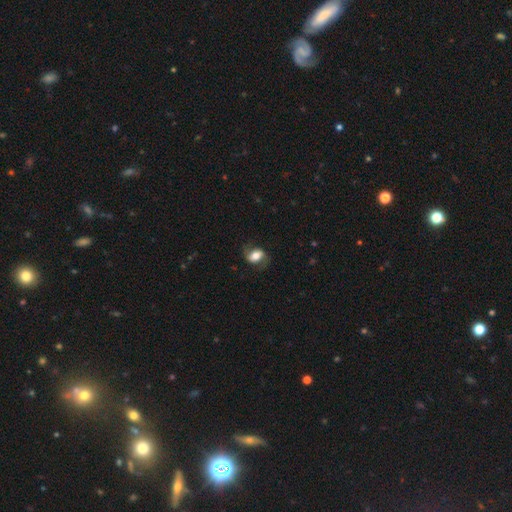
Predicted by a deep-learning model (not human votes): Smooth or featured? smooth (53%)
How rounded? in between (75%)
Merging? none (71%)